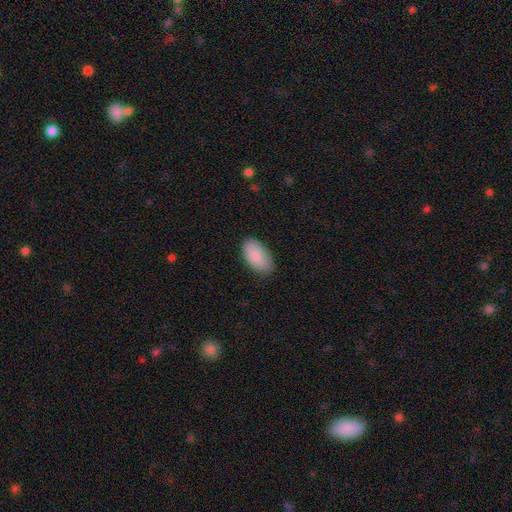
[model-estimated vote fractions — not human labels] smooth-or-featured: smooth: 88% | featured or disk: 7% | star or artifact: 6%
  how-rounded: in between: 95% | round: 3% | cigar-shaped: 2%
  merging: none: 84% | minor disturbance: 13% | major disturbance: 2% | merger: 1%